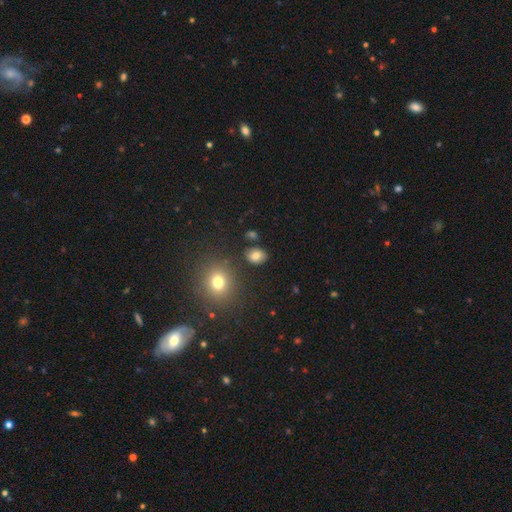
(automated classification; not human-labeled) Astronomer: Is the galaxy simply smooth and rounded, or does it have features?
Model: smooth — 81%.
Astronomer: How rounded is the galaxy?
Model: in between — 62%.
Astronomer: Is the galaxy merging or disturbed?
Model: none — 84%.